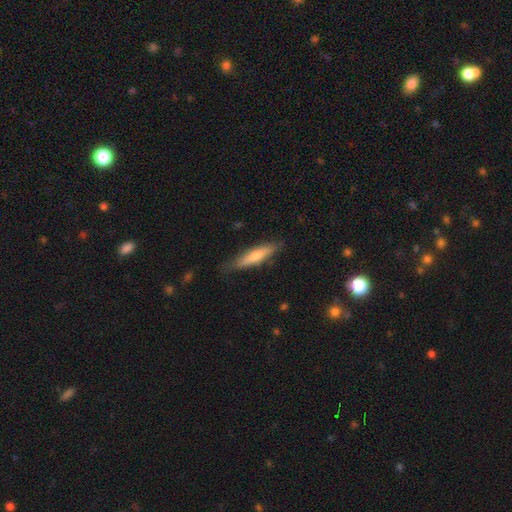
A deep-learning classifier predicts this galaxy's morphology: A smooth galaxy with no disk features (53%) that is cigar-shaped (86%).

Vote fractions:
- Smooth or featured? smooth: 53% / featured or disk: 41% / star or artifact: 6%
- How rounded? cigar-shaped: 86% / in between: 12% / round: 2%
- Merging? none: 84% / minor disturbance: 12% / major disturbance: 2% / merger: 1%